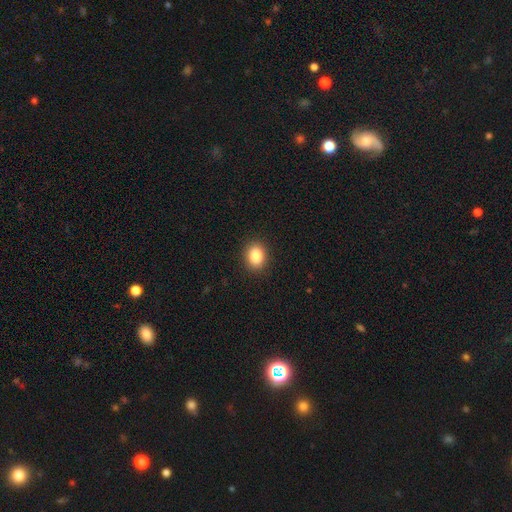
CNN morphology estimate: The model was most divided on "how rounded": in between: 59%, round: 40%, cigar-shaped: 1%. More confident: merging — none (90%); smooth or featured — smooth (87%).